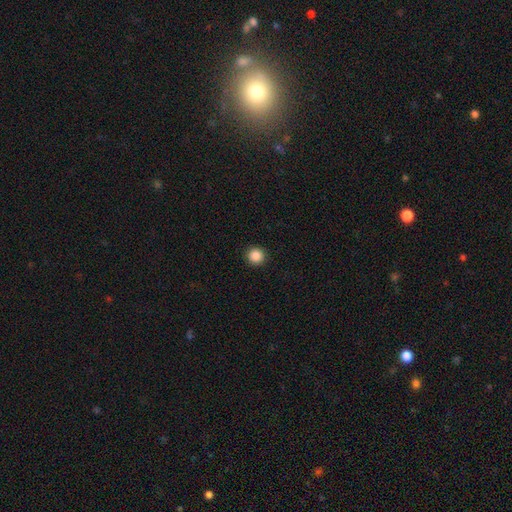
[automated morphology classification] Smooth or featured? smooth (87%)
How rounded? round (94%)
Merging? none (93%)